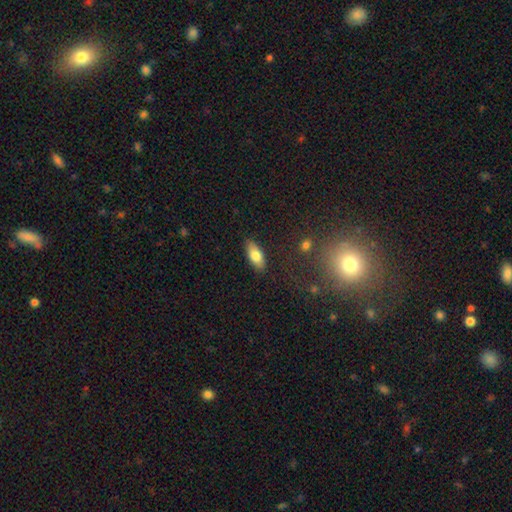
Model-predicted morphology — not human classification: Smooth or featured? Predicted: smooth (p=0.77). How rounded? Predicted: in between (p=0.84). Merging? Predicted: none (p=0.86).